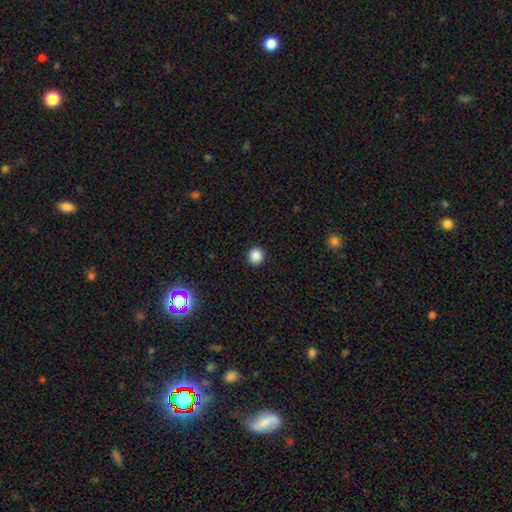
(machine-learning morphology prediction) Q: Smooth or featured?
A: smooth (87%); runner-up: star or artifact (10%)
Q: How rounded?
A: round (88%); runner-up: in between (11%)
Q: Merging?
A: none (92%); runner-up: minor disturbance (5%)